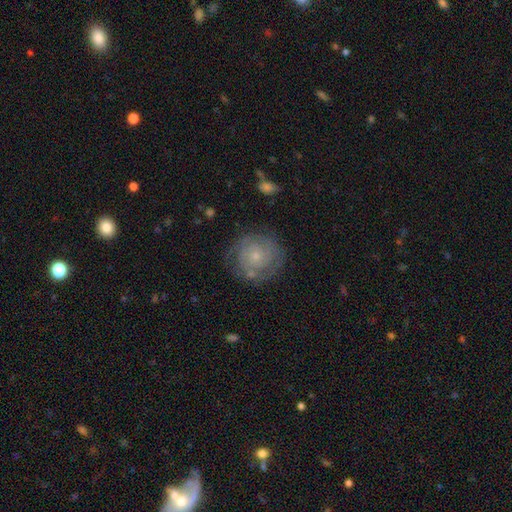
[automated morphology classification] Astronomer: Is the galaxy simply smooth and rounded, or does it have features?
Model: featured or disk — 67%.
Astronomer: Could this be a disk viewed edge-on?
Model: no — 98%.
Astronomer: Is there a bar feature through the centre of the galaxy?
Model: no — 82%.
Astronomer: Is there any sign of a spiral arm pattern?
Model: yes — 87%.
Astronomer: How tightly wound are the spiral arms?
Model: tight — 71%.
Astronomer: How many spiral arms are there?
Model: can't tell — 37% (runner-up: 2, 35%).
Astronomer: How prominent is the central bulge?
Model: small — 76%.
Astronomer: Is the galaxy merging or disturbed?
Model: none — 74%.